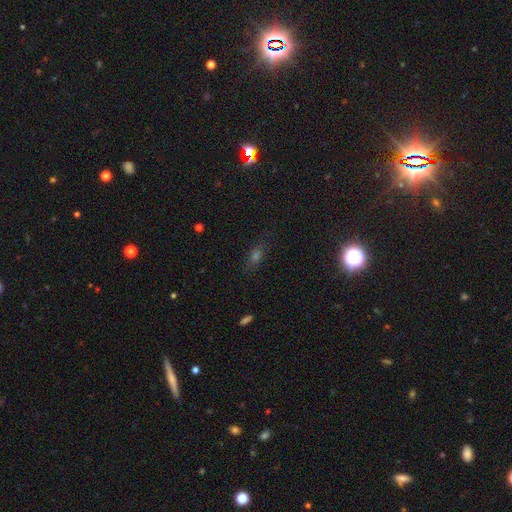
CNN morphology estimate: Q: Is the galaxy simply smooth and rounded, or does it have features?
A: smooth — 47%.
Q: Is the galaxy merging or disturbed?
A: none — 81%.